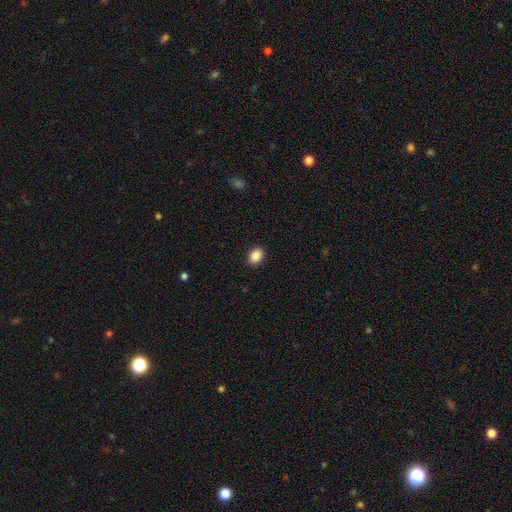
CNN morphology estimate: type=smooth (89%); roundness=in between (75%); merging=none (90%).